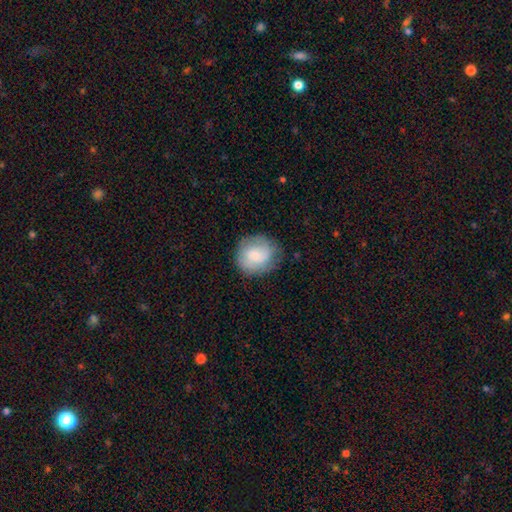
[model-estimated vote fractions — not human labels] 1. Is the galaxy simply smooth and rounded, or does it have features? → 63% smooth, 30% featured or disk, 7% star or artifact.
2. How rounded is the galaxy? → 83% round, 16% in between, 1% cigar-shaped.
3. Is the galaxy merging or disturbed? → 73% none, 20% minor disturbance, 7% major disturbance, 1% merger.